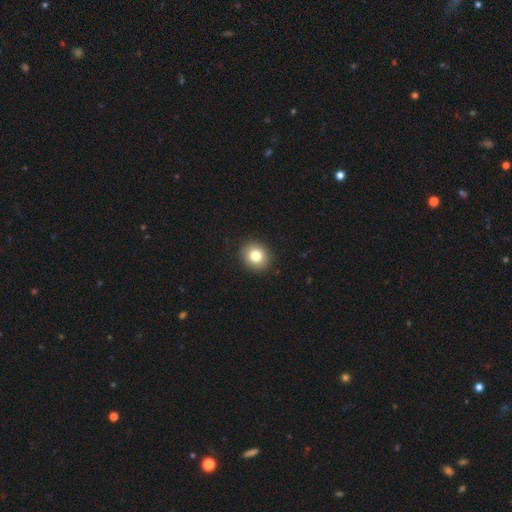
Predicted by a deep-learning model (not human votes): smooth_or_featured: smooth (p=0.80) [alt: star or artifact p=0.10]
how_rounded: round (p=0.75) [alt: in between p=0.24]
merging: none (p=0.91) [alt: minor disturbance p=0.06]